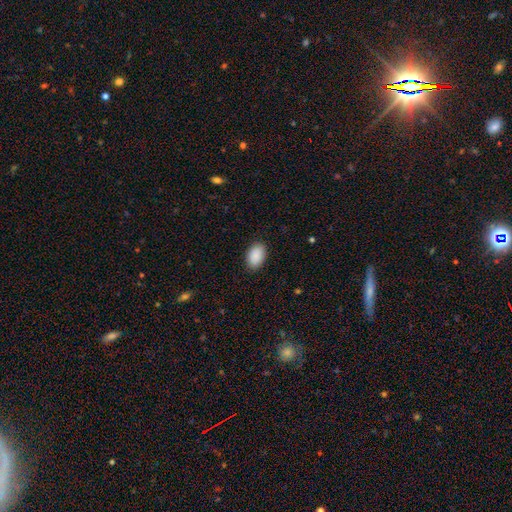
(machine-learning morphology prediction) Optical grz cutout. It shows a smooth galaxy with no disk features (91%) that is in between round and cigar-shaped (92%). Merging: none (89%).